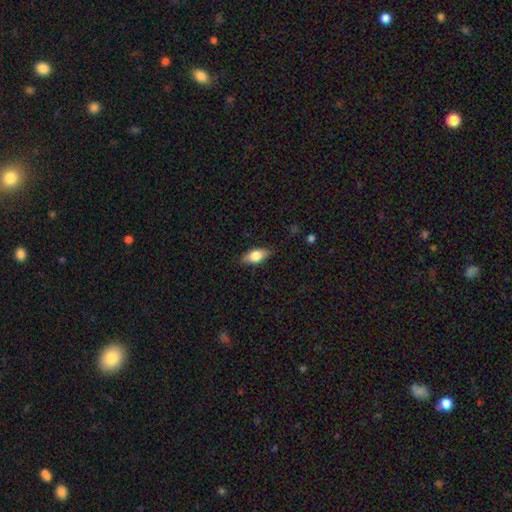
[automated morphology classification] This appears to be a smooth galaxy with no disk features (74%) that is in between round and cigar-shaped (84%). Merging: none (82%).